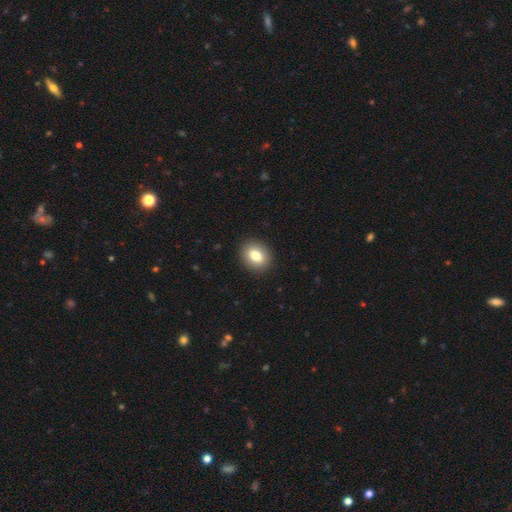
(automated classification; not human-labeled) Q: Smooth or featured?
A: smooth (79%); runner-up: featured or disk (12%)
Q: How rounded?
A: round (50%); runner-up: in between (49%)
Q: Merging?
A: none (91%); runner-up: minor disturbance (6%)